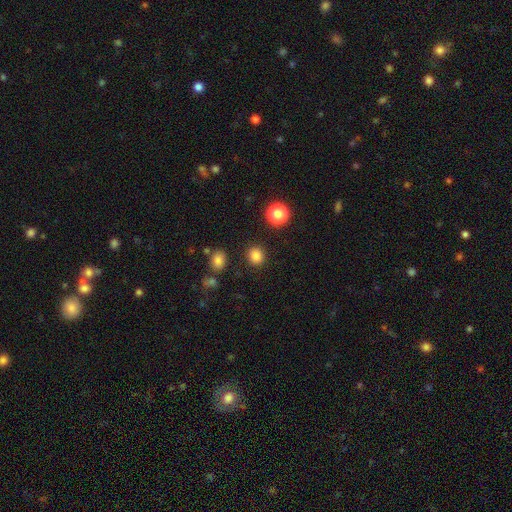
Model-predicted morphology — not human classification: Smooth or featured?
  - smooth: 83% *
  - star or artifact: 13%
  - featured or disk: 4%
How rounded?
  - round: 86% *
  - in between: 14%
  - cigar-shaped: 1%
Merging?
  - none: 89% *
  - minor disturbance: 6%
  - major disturbance: 3%
  - merger: 2%